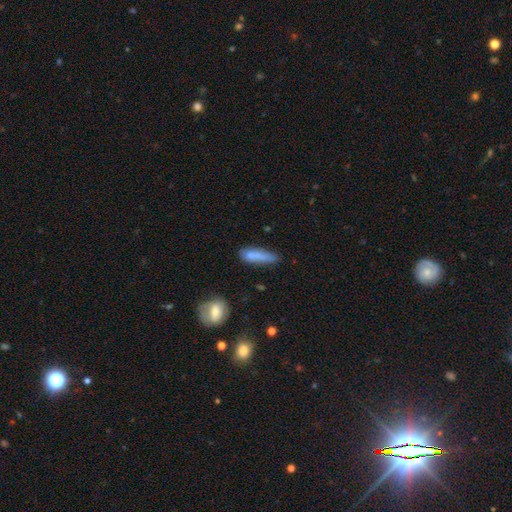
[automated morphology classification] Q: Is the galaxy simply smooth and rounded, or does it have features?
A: smooth — 75%.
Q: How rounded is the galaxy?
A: cigar-shaped — 71%.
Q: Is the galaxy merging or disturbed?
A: none — 54%.